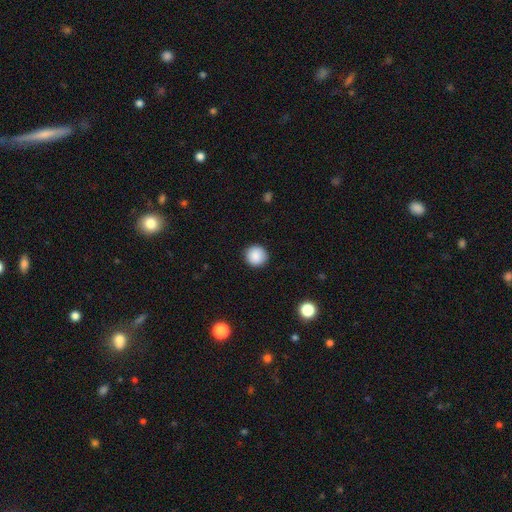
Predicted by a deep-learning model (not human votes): smooth_or_featured: smooth (p=0.88) [alt: star or artifact p=0.08]
how_rounded: round (p=0.95) [alt: in between p=0.04]
merging: none (p=0.92) [alt: minor disturbance p=0.06]